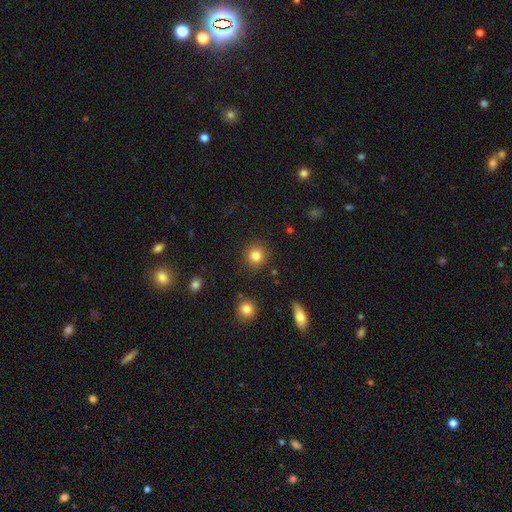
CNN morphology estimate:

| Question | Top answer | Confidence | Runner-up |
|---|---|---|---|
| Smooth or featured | smooth | 84% | star or artifact (11%) |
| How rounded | round | 92% | in between (7%) |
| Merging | none | 89% | minor disturbance (6%) |